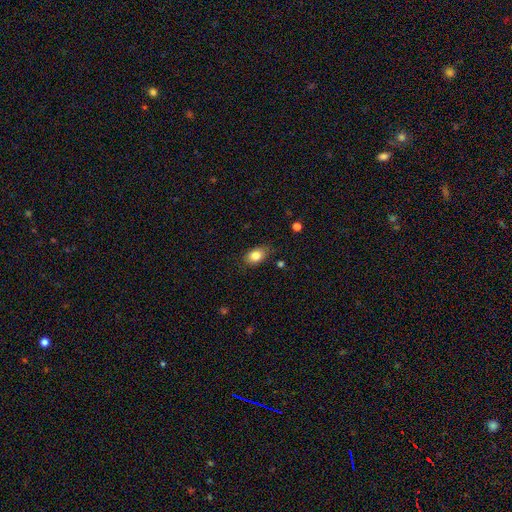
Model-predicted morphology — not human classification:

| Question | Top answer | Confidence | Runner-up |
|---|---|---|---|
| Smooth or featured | smooth | 83% | featured or disk (9%) |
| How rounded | in between | 82% | round (16%) |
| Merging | none | 79% | minor disturbance (16%) |